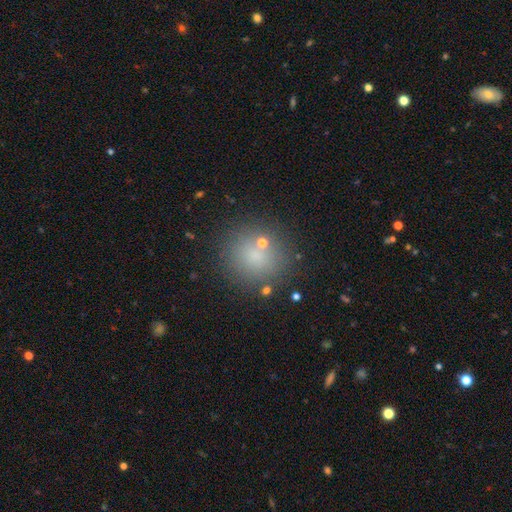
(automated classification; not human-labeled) Smooth or featured? Predicted: smooth (p=0.71). How rounded? Predicted: round (p=0.91). Merging? Predicted: none (p=0.82).